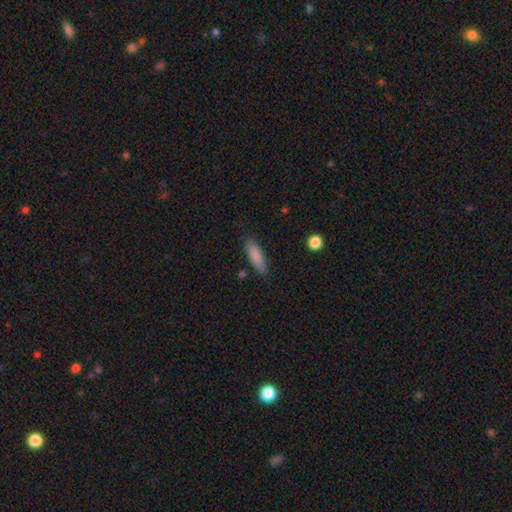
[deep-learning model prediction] smooth_or_featured: smooth (p=0.84) [alt: featured or disk p=0.09]
how_rounded: cigar-shaped (p=0.59) [alt: in between p=0.40]
merging: none (p=0.84) [alt: minor disturbance p=0.12]